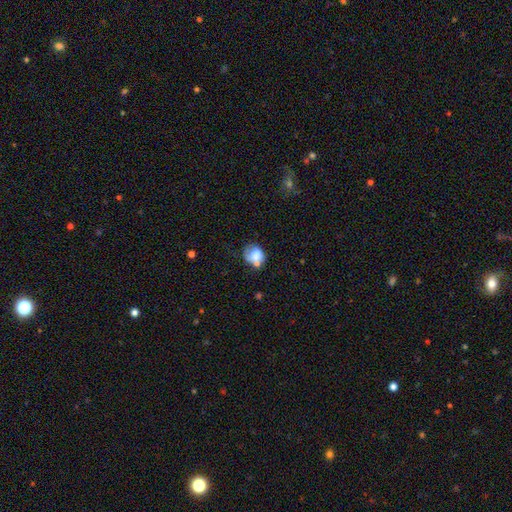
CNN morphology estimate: type=smooth (69%); roundness=round (55%); merging=none (38%).